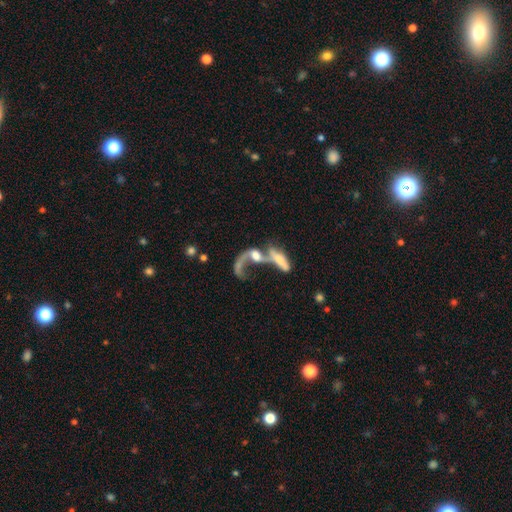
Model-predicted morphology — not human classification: Q: Smooth or featured?
A: featured or disk (62%); runner-up: smooth (28%)
Q: Edge-on disk?
A: no (87%); runner-up: yes (13%)
Q: Bar?
A: no (67%); runner-up: weak (24%)
Q: Spiral arms?
A: yes (59%); runner-up: no (41%)
Q: Bulge size?
A: moderate (36%); runner-up: none (25%)
Q: Merging?
A: merger (68%); runner-up: major disturbance (16%)